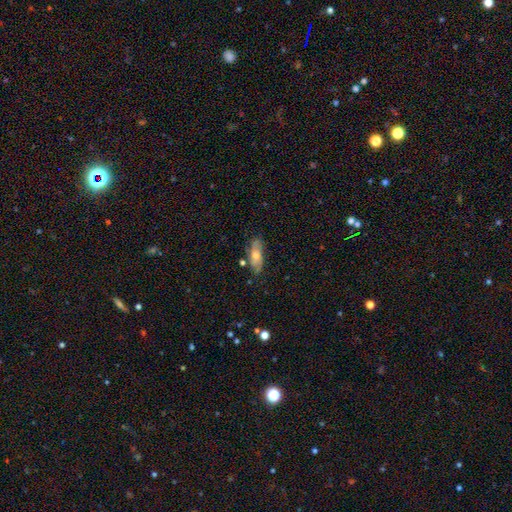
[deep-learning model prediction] A smooth galaxy with no disk features (46%). Merging: none (74%).